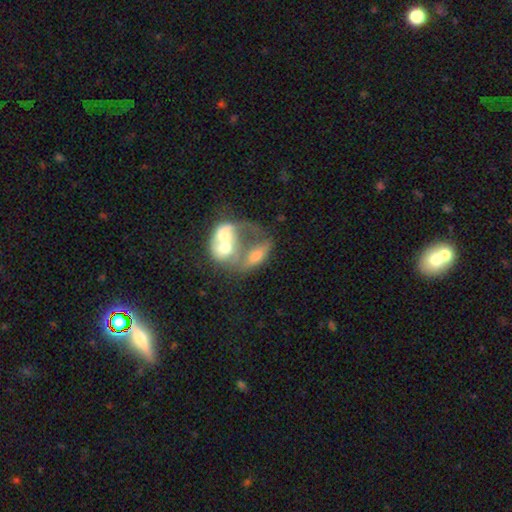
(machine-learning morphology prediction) smooth-or-featured: featured or disk: 48% | smooth: 43% | star or artifact: 9%
  merging: merger: 79% | major disturbance: 11% | none: 6% | minor disturbance: 4%